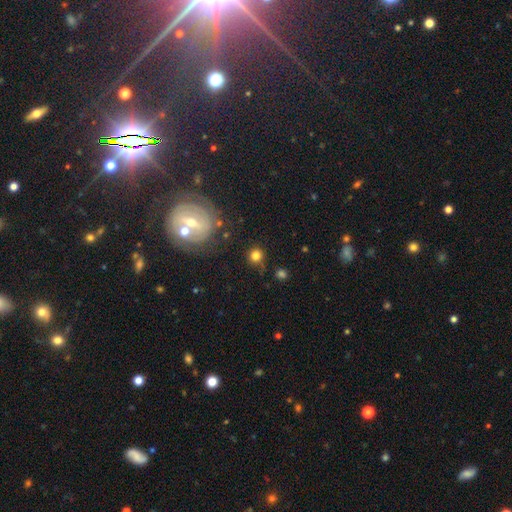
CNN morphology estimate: Smooth or featured? Predicted: smooth (p=0.77). How rounded? Predicted: round (p=0.90). Merging? Predicted: none (p=0.76).